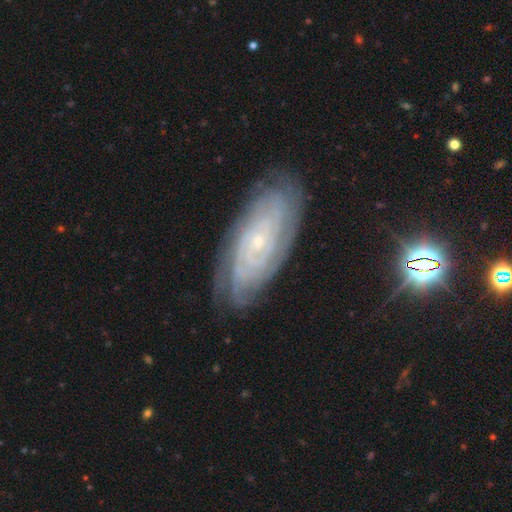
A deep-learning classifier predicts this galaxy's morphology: Smooth or featured?
  - featured or disk: 82% *
  - smooth: 10%
  - star or artifact: 8%
Edge-on disk?
  - no: 92% *
  - yes: 8%
Bar?
  - no: 77% *
  - weak: 18%
  - strong: 5%
Spiral arms?
  - yes: 96% *
  - no: 4%
Spiral winding?
  - tight: 82% *
  - medium: 15%
  - loose: 3%
Spiral arm count?
  - can't tell: 42% *
  - 4: 17%
  - more than 4: 14%
  - 3: 11%
  - 2: 10%
  - 1: 6%
Bulge size?
  - small: 84% *
  - moderate: 12%
  - none: 2%
  - large: 1%
  - dominant: 1%
Merging?
  - none: 82% *
  - minor disturbance: 13%
  - major disturbance: 3%
  - merger: 1%